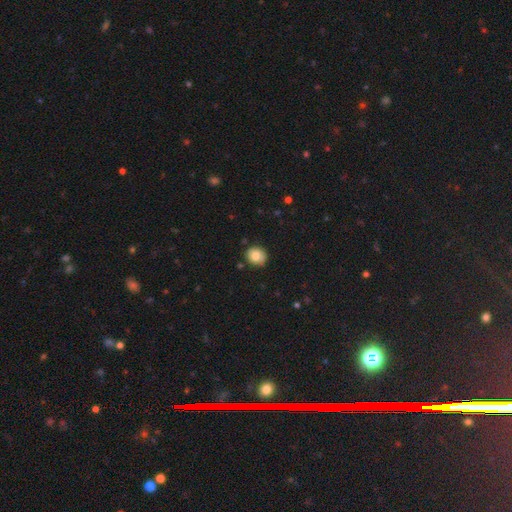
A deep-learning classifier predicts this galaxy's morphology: This appears to be a smooth galaxy with no disk features (79%) that is round (77%). Merging: none (85%).